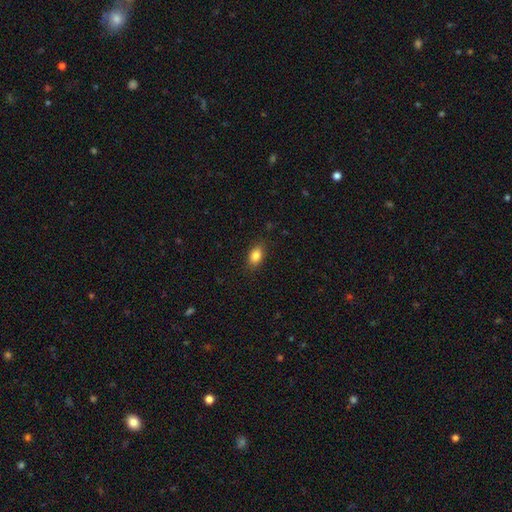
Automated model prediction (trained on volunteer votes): Q: Smooth or featured?
A: smooth (84%); runner-up: star or artifact (9%)
Q: How rounded?
A: in between (86%); runner-up: round (12%)
Q: Merging?
A: none (86%); runner-up: minor disturbance (10%)